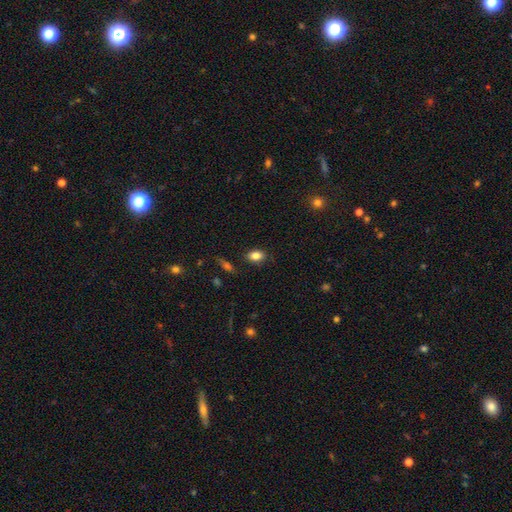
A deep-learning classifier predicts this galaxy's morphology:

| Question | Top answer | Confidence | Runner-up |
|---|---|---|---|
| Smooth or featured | smooth | 84% | star or artifact (9%) |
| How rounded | in between | 80% | round (18%) |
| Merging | none | 84% | minor disturbance (11%) |